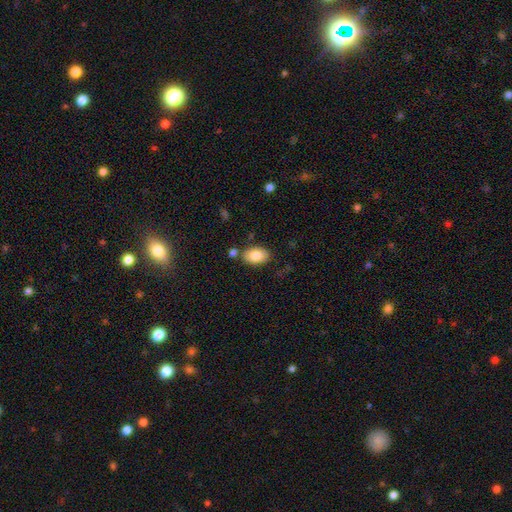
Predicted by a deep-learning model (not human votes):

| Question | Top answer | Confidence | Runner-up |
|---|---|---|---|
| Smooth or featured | smooth | 83% | featured or disk (10%) |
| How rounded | in between | 90% | round (9%) |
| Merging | none | 77% | minor disturbance (12%) |